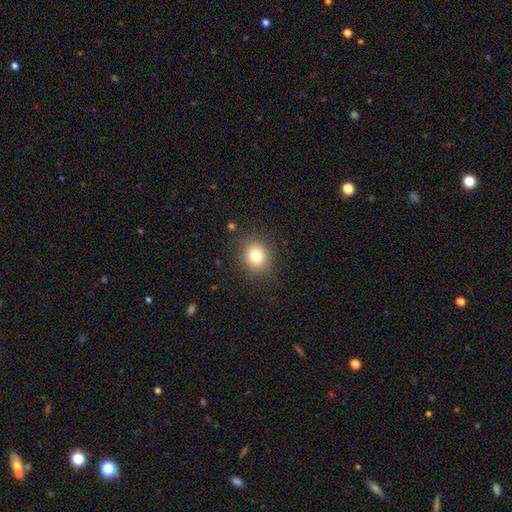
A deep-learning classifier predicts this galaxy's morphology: smooth_or_featured: smooth (p=0.79) [alt: star or artifact p=0.12]
how_rounded: round (p=0.72) [alt: in between p=0.27]
merging: none (p=0.87) [alt: minor disturbance p=0.08]